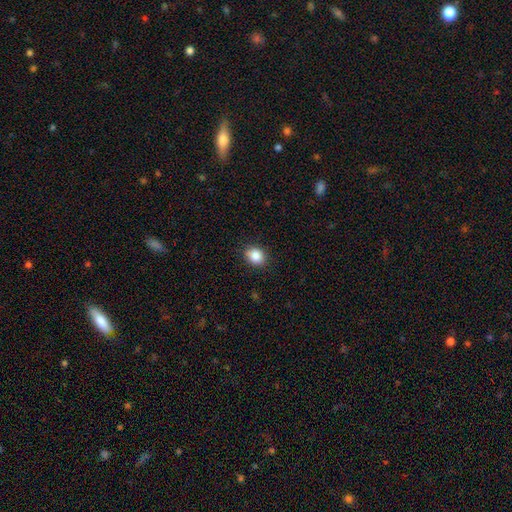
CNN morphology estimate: Smooth or featured? smooth (87%)
How rounded? round (57%)
Merging? none (86%)